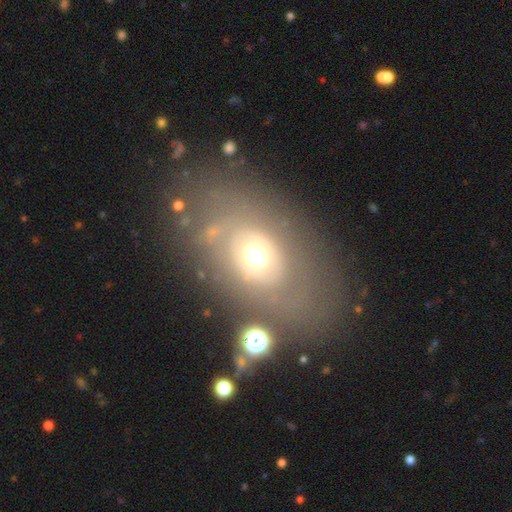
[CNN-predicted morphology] smooth_or_featured: featured or disk (p=0.52) [alt: smooth p=0.36]
disk_edge_on: no (p=0.91) [alt: yes p=0.09]
merging: none (p=0.73) [alt: minor disturbance p=0.14]